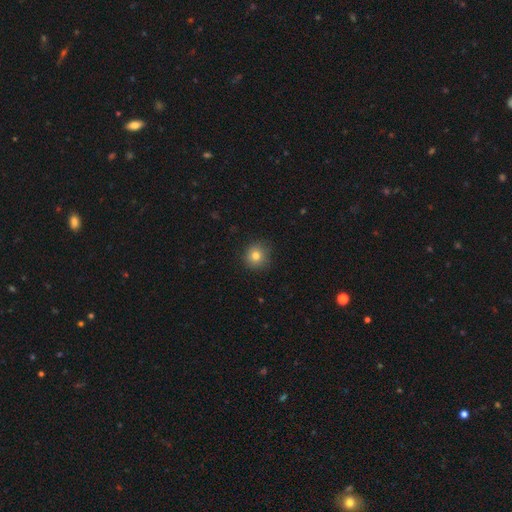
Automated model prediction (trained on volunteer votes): The model was most divided on "smooth or featured": smooth: 80%, star or artifact: 12%, featured or disk: 8%. More confident: how rounded — round (91%); merging — none (87%).